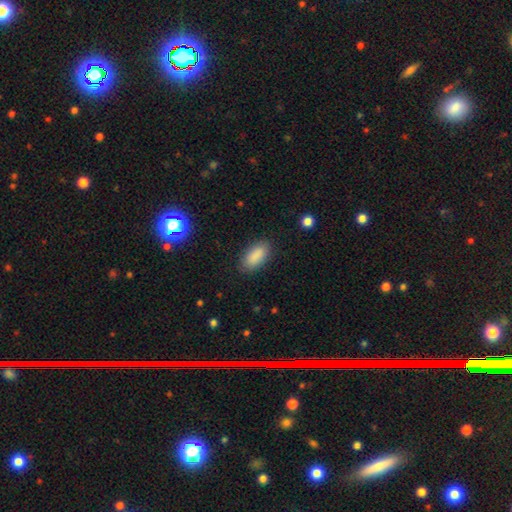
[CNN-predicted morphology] A smooth galaxy with no disk features (89%) that is in between round and cigar-shaped (91%).

Vote fractions:
- Smooth or featured? smooth: 89% / star or artifact: 7% / featured or disk: 4%
- How rounded? in between: 91% / cigar-shaped: 7% / round: 3%
- Merging? none: 86% / minor disturbance: 10% / major disturbance: 3% / merger: 1%